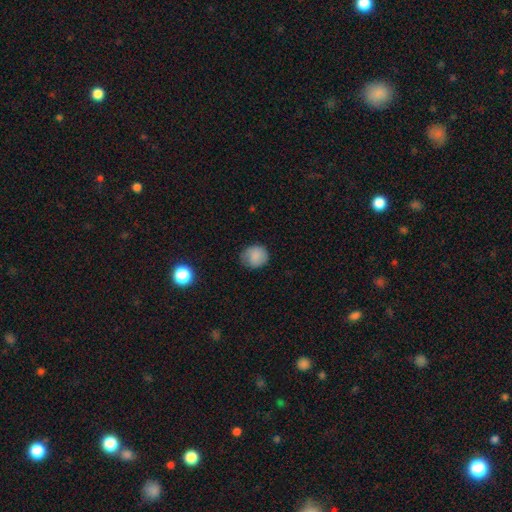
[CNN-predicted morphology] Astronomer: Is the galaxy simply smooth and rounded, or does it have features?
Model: smooth — 85%.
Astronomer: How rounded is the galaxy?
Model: round — 84%.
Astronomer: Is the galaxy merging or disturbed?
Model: none — 71%.